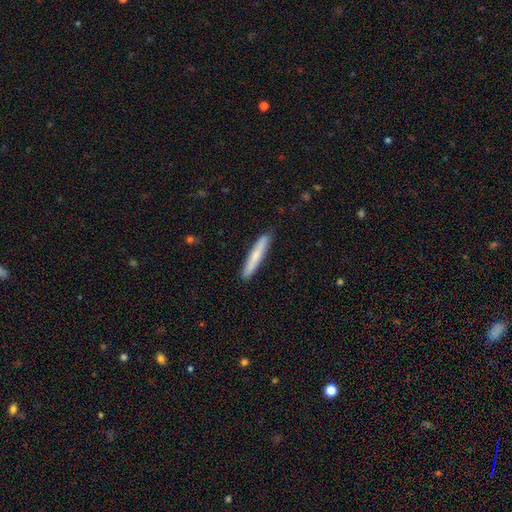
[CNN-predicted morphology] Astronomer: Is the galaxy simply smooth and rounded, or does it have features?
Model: smooth — 64%.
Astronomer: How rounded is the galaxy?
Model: cigar-shaped — 95%.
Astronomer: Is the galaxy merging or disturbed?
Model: none — 90%.